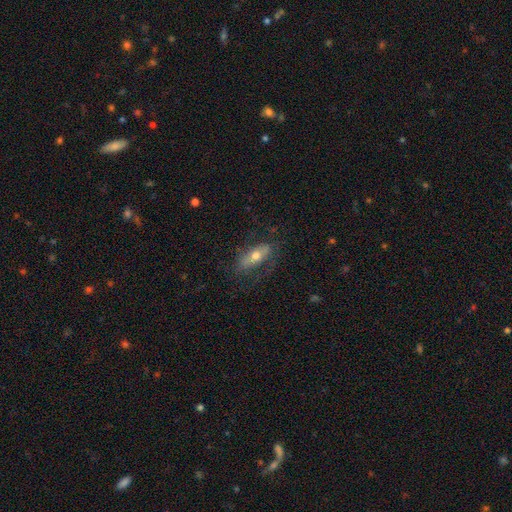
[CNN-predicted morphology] smooth 46% (tied), featured or disk 46% (tied), star or artifact 8%. Down the decision tree: merging — none (67%).